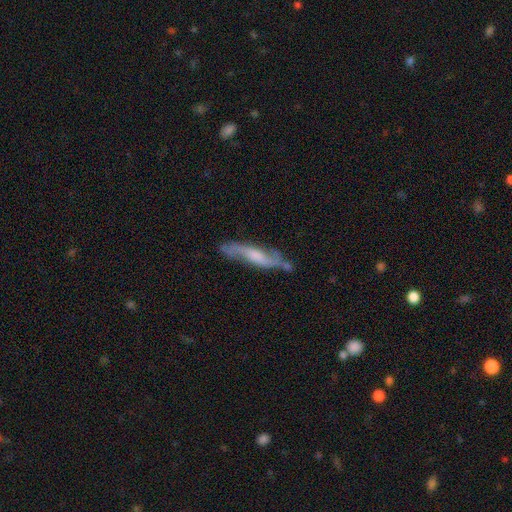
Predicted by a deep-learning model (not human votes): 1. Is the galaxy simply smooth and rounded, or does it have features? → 68% featured or disk, 26% smooth, 6% star or artifact.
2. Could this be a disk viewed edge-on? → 59% no, 41% yes.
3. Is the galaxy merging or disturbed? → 67% none, 21% minor disturbance, 6% major disturbance, 6% merger.